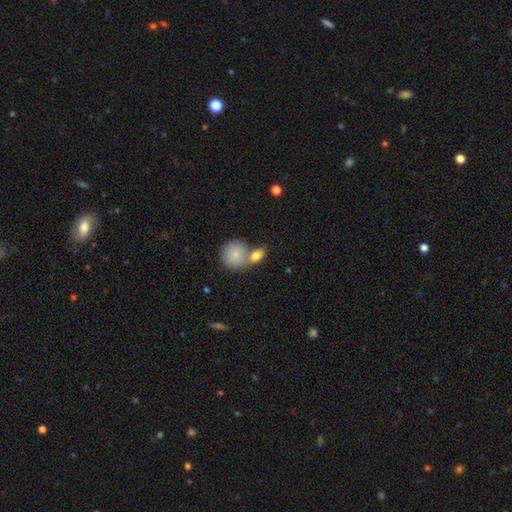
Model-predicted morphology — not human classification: A smooth galaxy with no disk features (80%) that is in between round and cigar-shaped (54%). Merging: merger (45%).